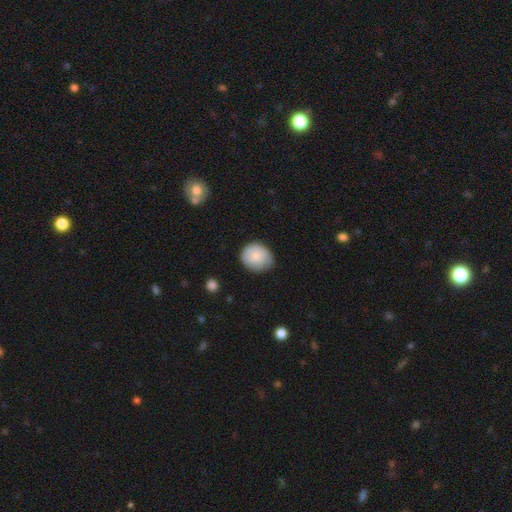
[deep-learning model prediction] This is clearly a smooth galaxy (82%). How rounded: likely round (75%). Merging: likely none (65%).